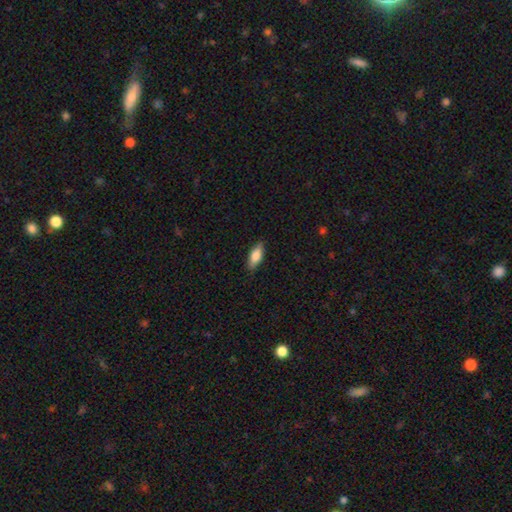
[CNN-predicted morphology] This appears to be a smooth galaxy with no disk features (77%) that is in between round and cigar-shaped (73%). Merging: none (87%).